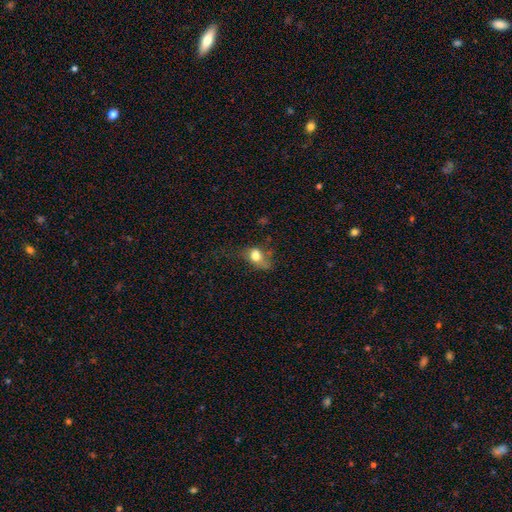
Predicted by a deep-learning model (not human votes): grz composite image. It shows a smooth galaxy with no disk features (73%) that is in between round and cigar-shaped (69%). Merging: none (33%).